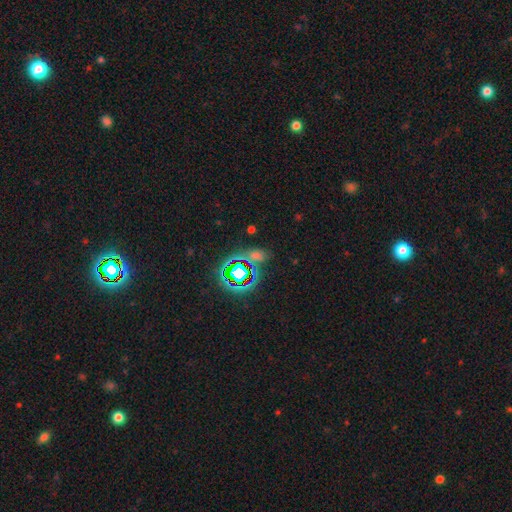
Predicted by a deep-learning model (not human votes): Smooth or featured?
  - star or artifact: 49% *
  - smooth: 39%
  - featured or disk: 12%